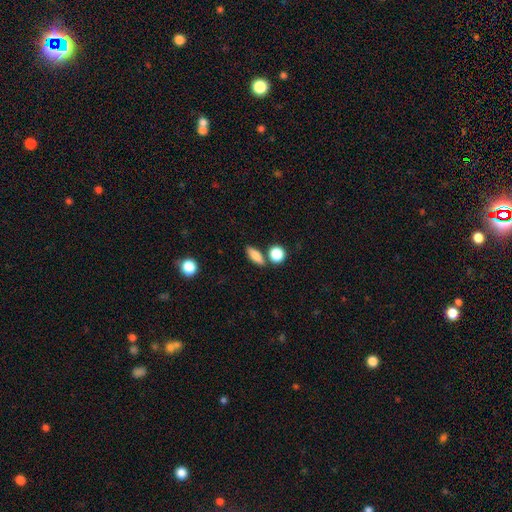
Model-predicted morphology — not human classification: Smooth or featured: smooth — 81% (featured or disk — 11%)
How rounded: in between — 64% (cigar-shaped — 23%)
Merging: none — 74% (merger — 12%)